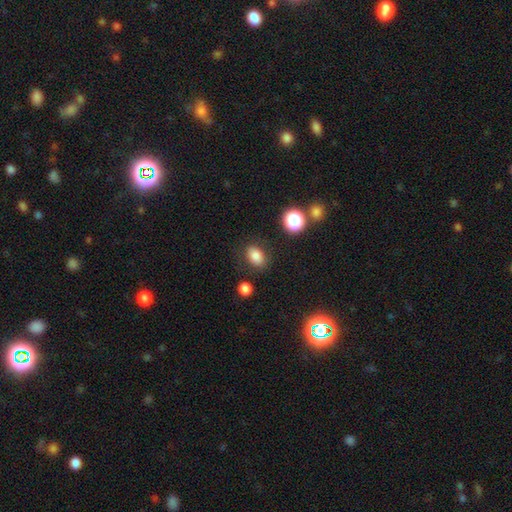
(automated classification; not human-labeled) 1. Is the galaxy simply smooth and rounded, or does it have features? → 82% smooth, 11% star or artifact, 7% featured or disk.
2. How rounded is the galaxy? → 80% in between, 19% round, 2% cigar-shaped.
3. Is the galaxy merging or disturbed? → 81% none, 12% minor disturbance, 4% major disturbance, 3% merger.